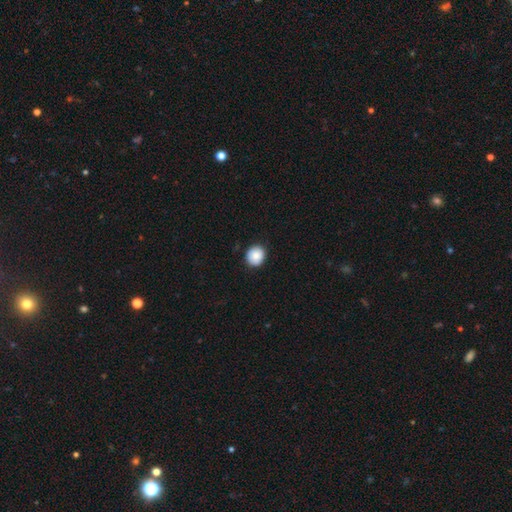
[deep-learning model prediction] A smooth galaxy with no disk features (86%) that is round (85%). Merging: none (88%).